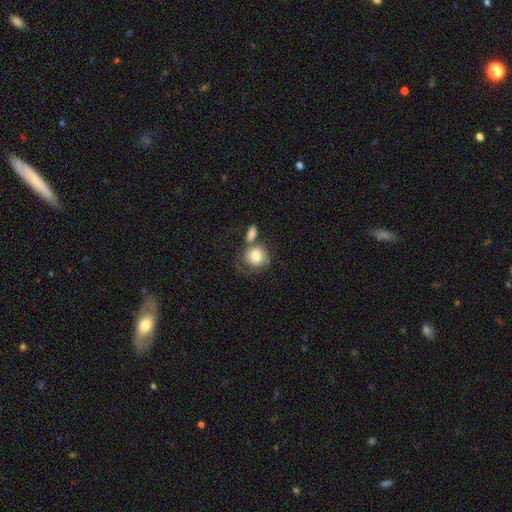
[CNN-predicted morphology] This appears to be a smooth galaxy with no disk features (73%) that is round (78%). Merging: none (37%).